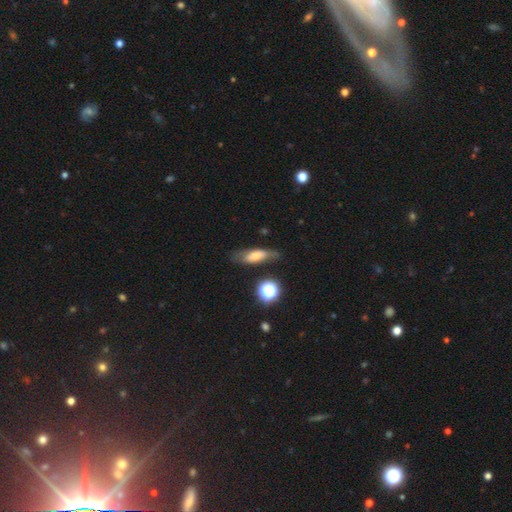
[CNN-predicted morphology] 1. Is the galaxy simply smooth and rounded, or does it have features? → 58% smooth, 31% featured or disk, 11% star or artifact.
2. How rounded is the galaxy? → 52% in between, 42% cigar-shaped, 7% round.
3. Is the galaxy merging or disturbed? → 66% none, 22% minor disturbance, 9% major disturbance, 4% merger.